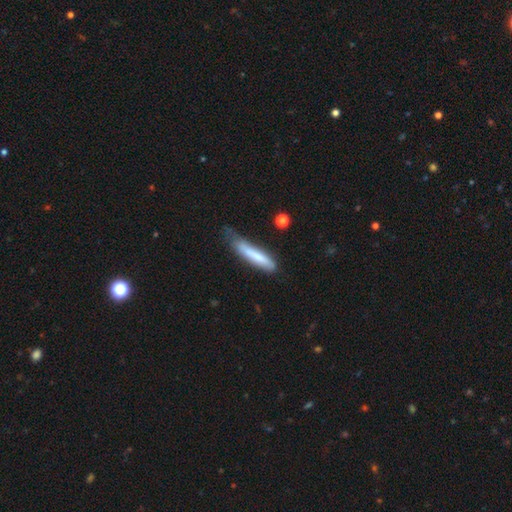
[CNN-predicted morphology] smooth_or_featured: smooth (p=0.72) [alt: featured or disk p=0.22]
how_rounded: cigar-shaped (p=0.87) [alt: in between p=0.12]
merging: none (p=0.46) [alt: minor disturbance p=0.37]